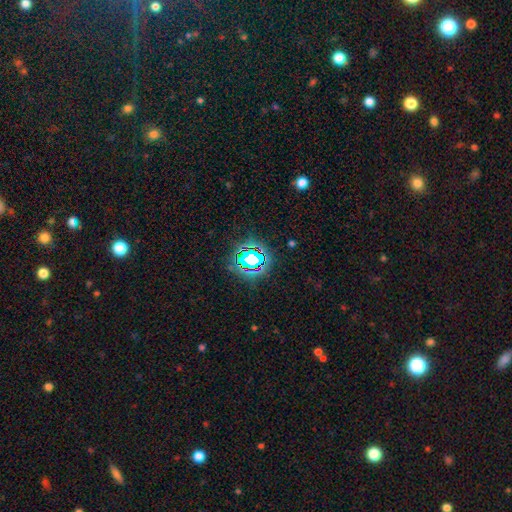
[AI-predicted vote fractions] This is likely a star or artifact rather than a galaxy (67%).